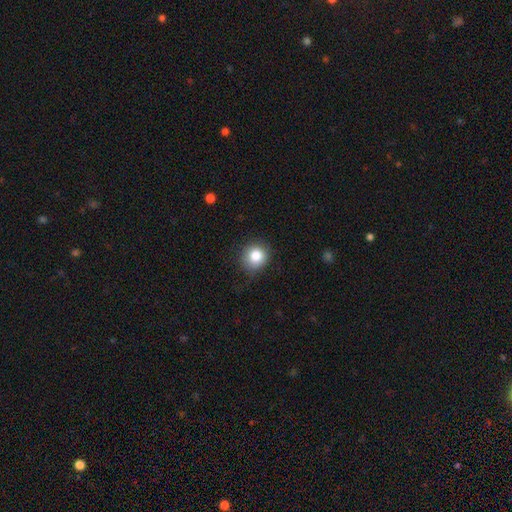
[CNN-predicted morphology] smooth 83%, star or artifact 10%, featured or disk 7%. Down the decision tree: how rounded — round (89%); merging — none (82%).